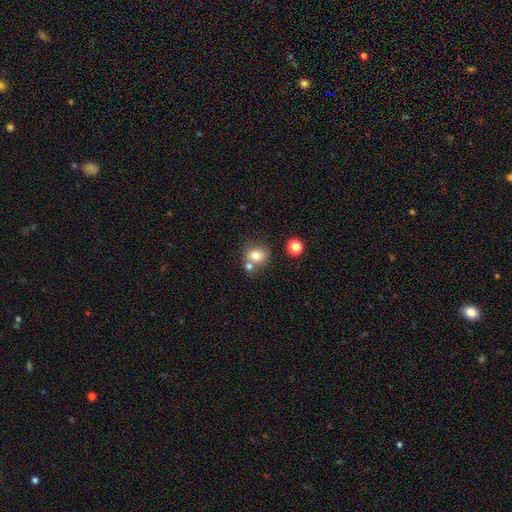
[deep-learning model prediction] Smooth or featured: smooth — 77% (featured or disk — 12%)
How rounded: round — 69% (in between — 30%)
Merging: none — 57% (merger — 27%)